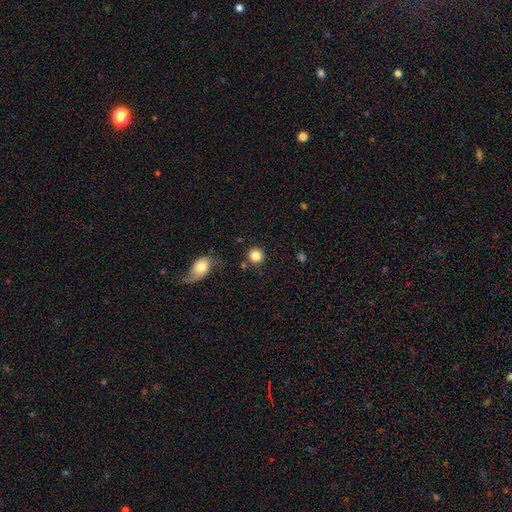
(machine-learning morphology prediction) Q: Smooth or featured?
A: smooth (85%); runner-up: star or artifact (9%)
Q: How rounded?
A: round (90%); runner-up: in between (9%)
Q: Merging?
A: none (81%); runner-up: minor disturbance (8%)